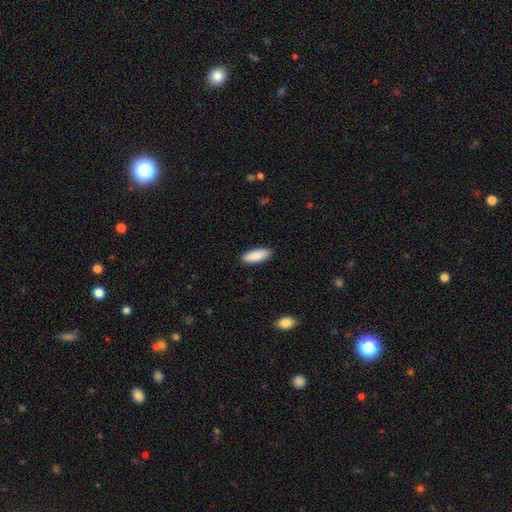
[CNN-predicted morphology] A smooth galaxy with no disk features (89%) that is in between round and cigar-shaped (65%).

Vote fractions:
- Smooth or featured? smooth: 89% / featured or disk: 6% / star or artifact: 5%
- How rounded? in between: 65% / cigar-shaped: 33% / round: 2%
- Merging? none: 89% / minor disturbance: 8% / major disturbance: 2% / merger: 1%